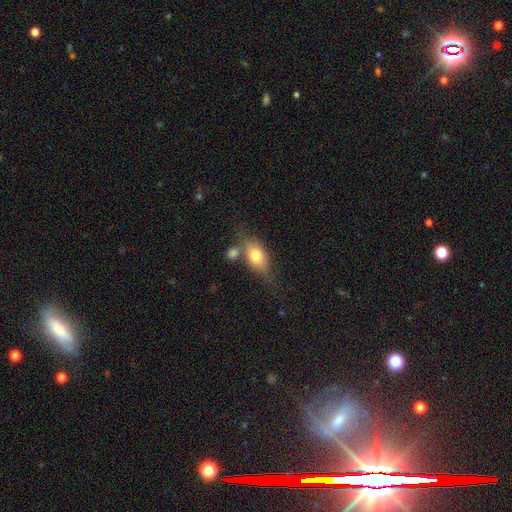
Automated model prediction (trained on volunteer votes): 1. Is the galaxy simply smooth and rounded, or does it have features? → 71% smooth, 21% featured or disk, 8% star or artifact.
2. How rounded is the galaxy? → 81% in between, 11% round, 8% cigar-shaped.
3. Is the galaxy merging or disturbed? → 47% none, 25% merger, 20% minor disturbance, 9% major disturbance.